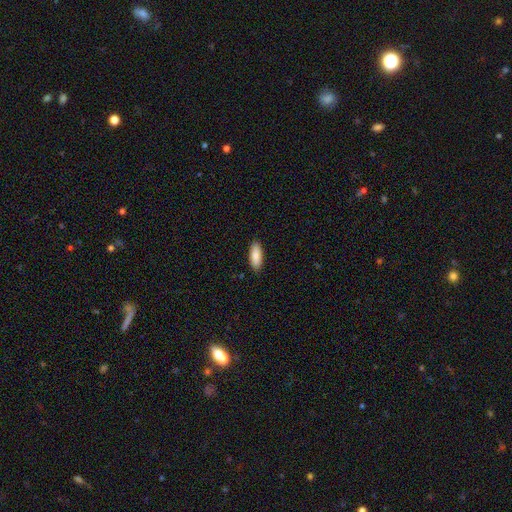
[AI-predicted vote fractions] Overall: smooth (89%). How rounded: in between (72%). Merging: none (89%).